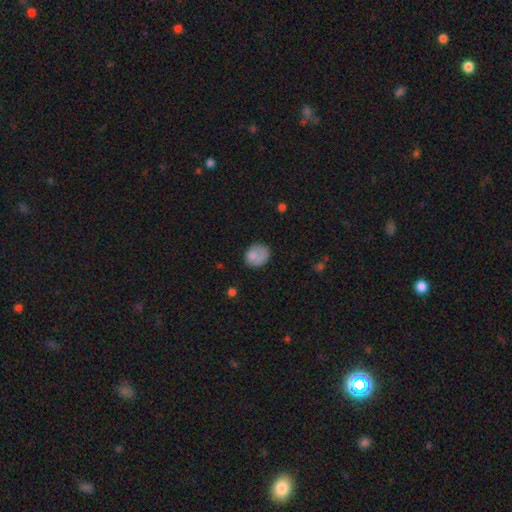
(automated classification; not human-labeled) Q: Smooth or featured?
A: smooth (78%); runner-up: featured or disk (13%)
Q: How rounded?
A: round (68%); runner-up: in between (31%)
Q: Merging?
A: none (62%); runner-up: minor disturbance (24%)